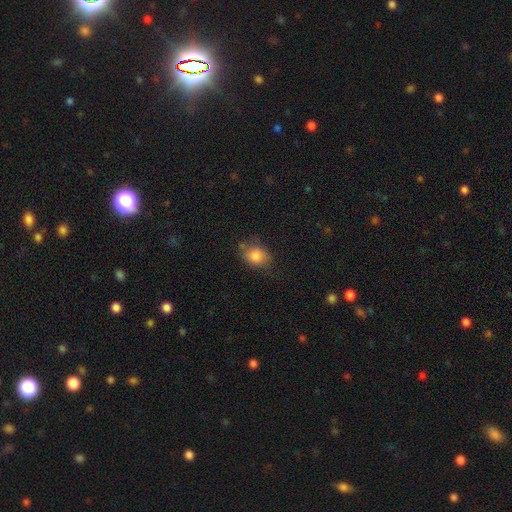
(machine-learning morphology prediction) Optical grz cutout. It shows a smooth galaxy with no disk features (82%) that is in between round and cigar-shaped (53%). Merging: none (65%).